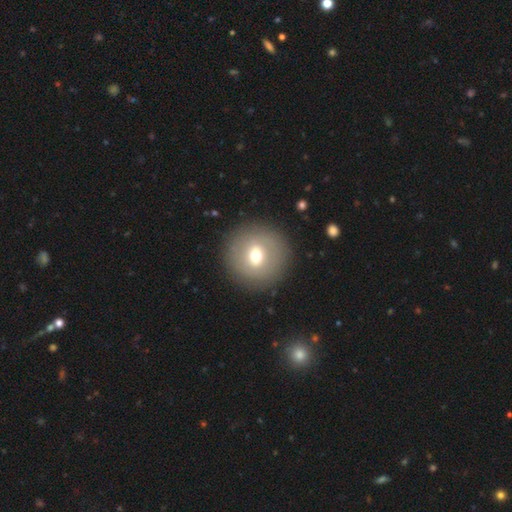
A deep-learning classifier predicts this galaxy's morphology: Smooth or featured? Predicted: smooth (p=0.57). How rounded? Predicted: round (p=0.93). Merging? Predicted: none (p=0.88).